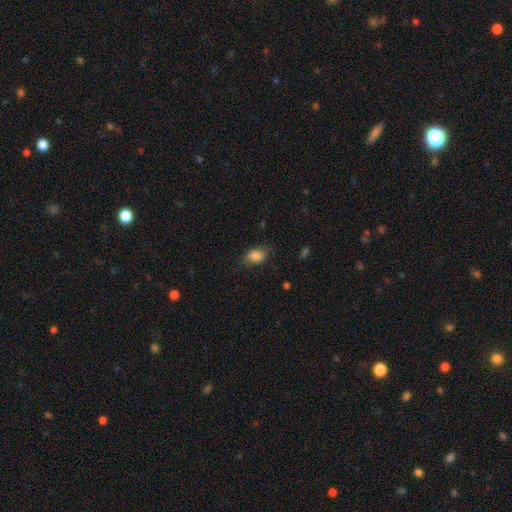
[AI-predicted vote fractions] A smooth galaxy with no disk features (84%) that is in between round and cigar-shaped (76%). Merging: none (67%).